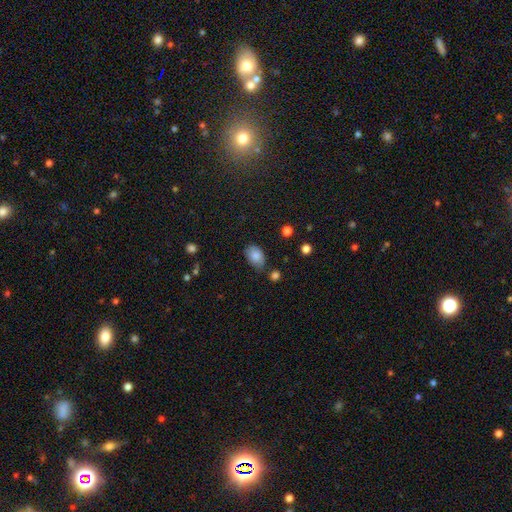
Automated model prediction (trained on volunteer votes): smooth_or_featured: smooth (p=0.84) [alt: star or artifact p=0.08]
how_rounded: in between (p=0.86) [alt: round p=0.12]
merging: none (p=0.63) [alt: minor disturbance p=0.27]